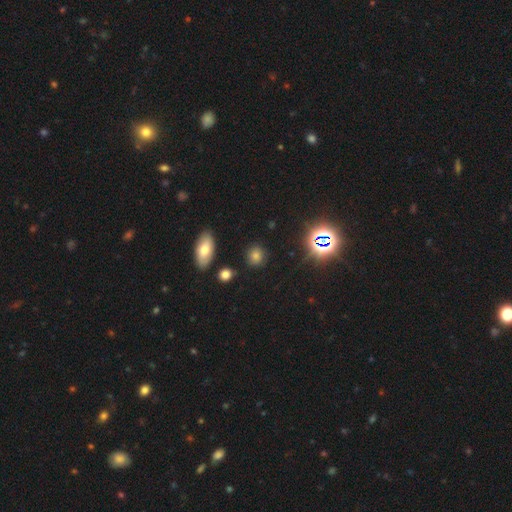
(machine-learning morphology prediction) Smooth or featured?
  - smooth: 73% *
  - star or artifact: 20%
  - featured or disk: 7%
How rounded?
  - round: 74% *
  - in between: 24%
  - cigar-shaped: 2%
Merging?
  - none: 85% *
  - minor disturbance: 9%
  - major disturbance: 3%
  - merger: 3%